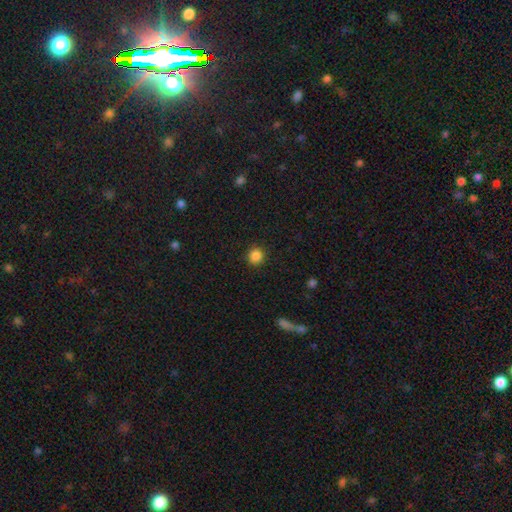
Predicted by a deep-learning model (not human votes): Overall: smooth (86%). How rounded: round (93%). Merging: none (91%).